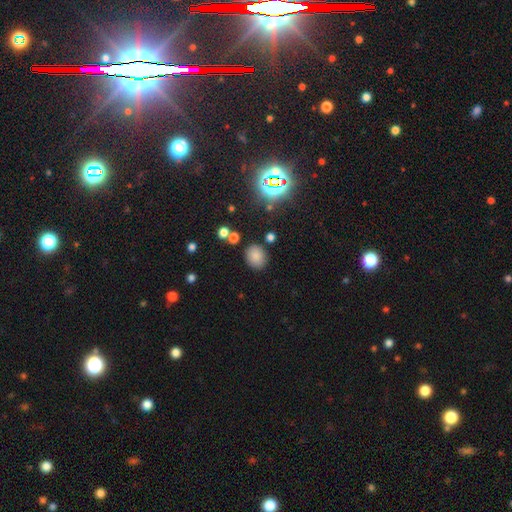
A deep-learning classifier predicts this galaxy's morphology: Smooth or featured? Predicted: smooth (p=0.79). How rounded? Predicted: in between (p=0.50). Merging? Predicted: none (p=0.82).